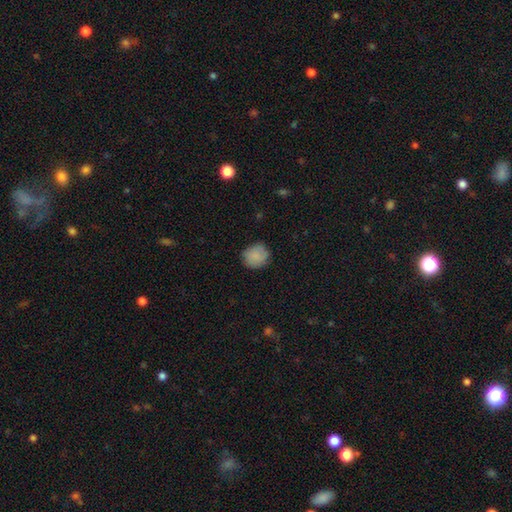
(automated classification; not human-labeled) Morphology: type=smooth (85%); roundness=round (81%); merging=none (79%).